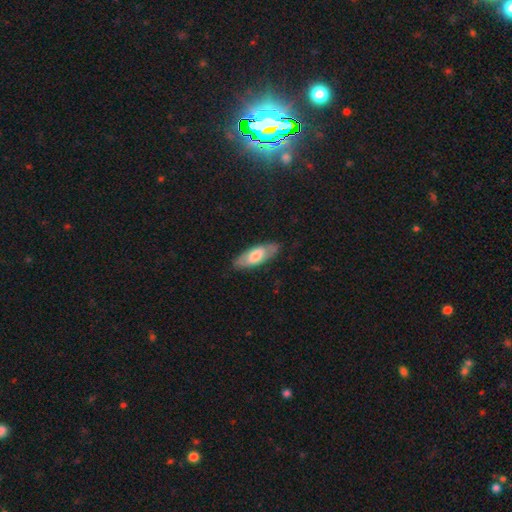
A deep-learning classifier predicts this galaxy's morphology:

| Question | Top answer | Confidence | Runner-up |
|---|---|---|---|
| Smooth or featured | smooth | 62% | featured or disk (32%) |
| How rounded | in between | 73% | cigar-shaped (26%) |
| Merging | none | 81% | minor disturbance (15%) |